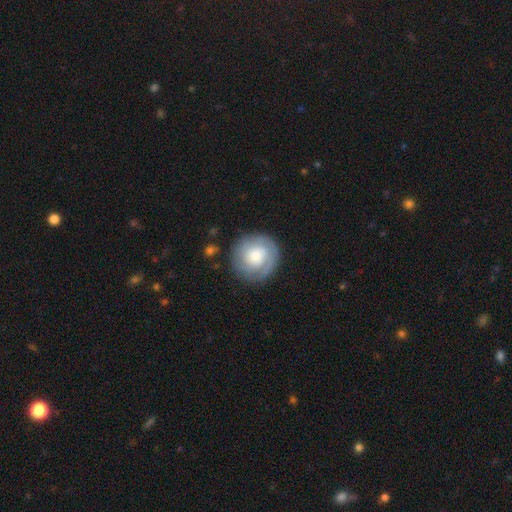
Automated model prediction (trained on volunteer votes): A featured or disk galaxy (60%) with no bar (76%), can't tell (33%, tied with 2) tight (69%) spiral arms (86%) and a moderate central bulge (50%). Merging: none (83%).